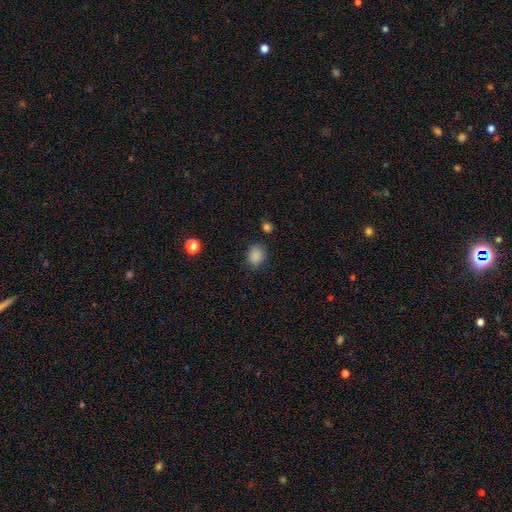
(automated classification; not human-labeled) Smooth or featured? smooth (86%)
How rounded? round (52%)
Merging? none (80%)